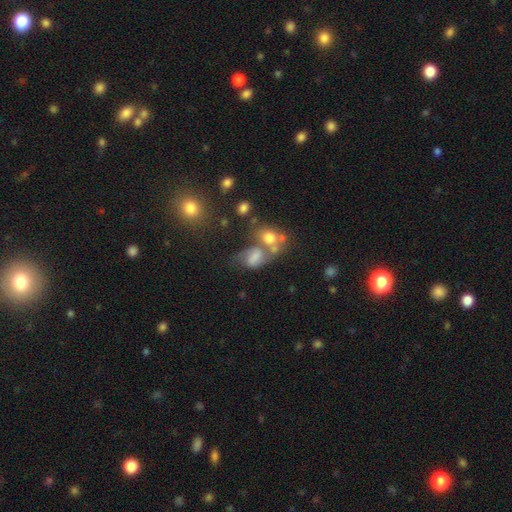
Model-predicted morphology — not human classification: Smooth or featured?
  - smooth: 39% *
  - featured or disk: 38%
  - star or artifact: 23%
Merging?
  - merger: 45% *
  - none: 28%
  - major disturbance: 14%
  - minor disturbance: 13%